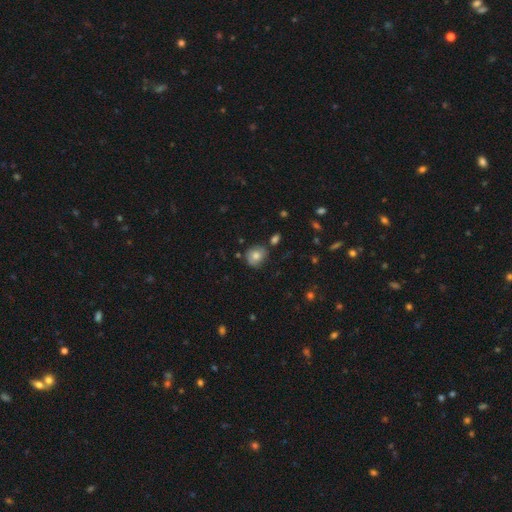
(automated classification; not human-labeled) This appears to be a smooth galaxy with no disk features (76%) that is round (72%). Merging: none (72%).